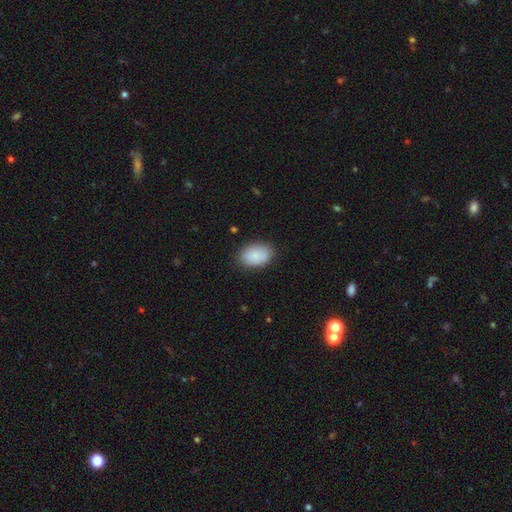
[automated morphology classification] Smooth or featured: smooth — 88% (star or artifact — 6%)
How rounded: in between — 88% (round — 11%)
Merging: none — 83% (minor disturbance — 13%)